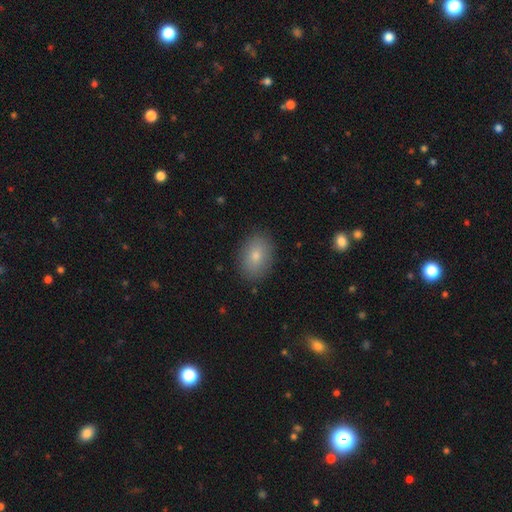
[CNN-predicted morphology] Smooth or featured?
  - smooth: 79% *
  - featured or disk: 13%
  - star or artifact: 9%
How rounded?
  - in between: 81% *
  - round: 17%
  - cigar-shaped: 1%
Merging?
  - none: 86% *
  - minor disturbance: 10%
  - major disturbance: 3%
  - merger: 1%